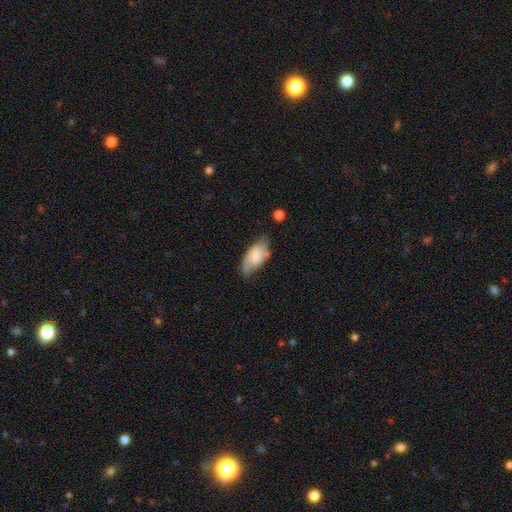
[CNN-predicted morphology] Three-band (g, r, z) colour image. It shows a smooth galaxy with no disk features (55%) that is in between round and cigar-shaped (90%). Merging: none (55%).